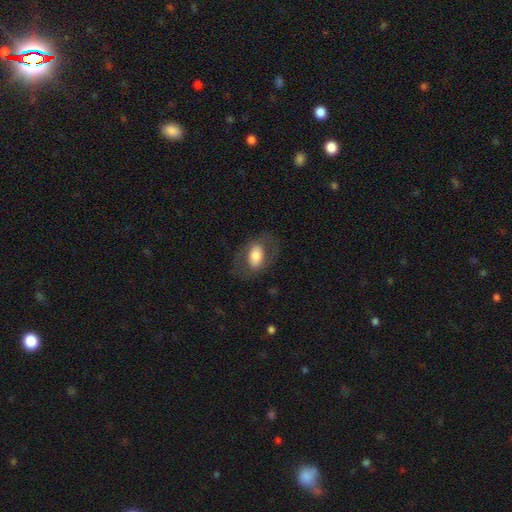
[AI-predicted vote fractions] smooth-or-featured: smooth: 63% | featured or disk: 30% | star or artifact: 7%
  how-rounded: in between: 87% | round: 11% | cigar-shaped: 2%
  merging: none: 72% | minor disturbance: 15% | major disturbance: 12% | merger: 1%